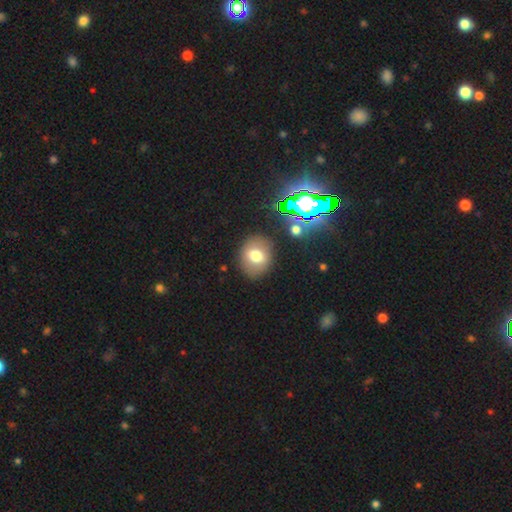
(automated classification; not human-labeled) Q: Smooth or featured?
A: smooth (70%); runner-up: featured or disk (16%)
Q: How rounded?
A: round (61%); runner-up: in between (38%)
Q: Merging?
A: none (85%); runner-up: minor disturbance (10%)